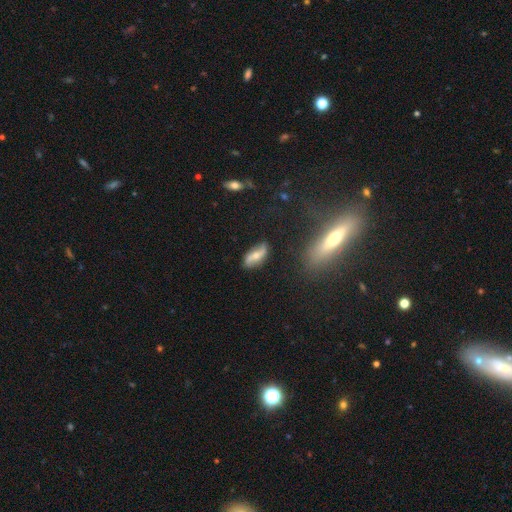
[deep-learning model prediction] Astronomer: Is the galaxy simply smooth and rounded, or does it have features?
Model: featured or disk — 63%.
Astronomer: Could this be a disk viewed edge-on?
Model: no — 87%.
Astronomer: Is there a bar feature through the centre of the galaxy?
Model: no — 39% (runner-up: weak, 32%).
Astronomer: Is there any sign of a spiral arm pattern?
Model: yes — 82%.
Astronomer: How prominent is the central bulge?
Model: moderate — 50% (runner-up: small, 43%).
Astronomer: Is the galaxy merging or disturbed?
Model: none — 78%.